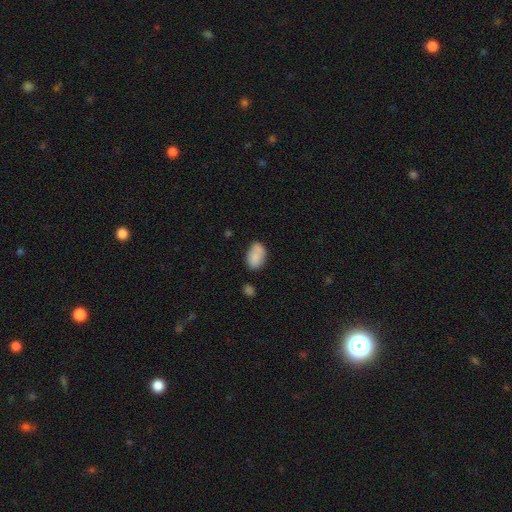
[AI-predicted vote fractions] Morphology: type=smooth (81%); roundness=in between (86%); merging=none (58%).